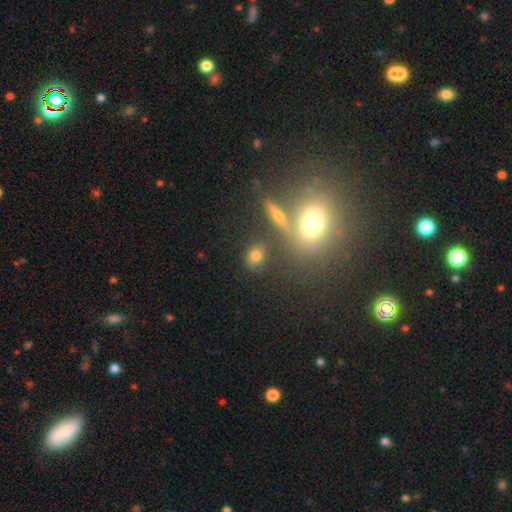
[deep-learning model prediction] Smooth or featured: smooth — 72% (star or artifact — 15%)
How rounded: in between — 55% (round — 40%)
Merging: none — 73% (minor disturbance — 12%)